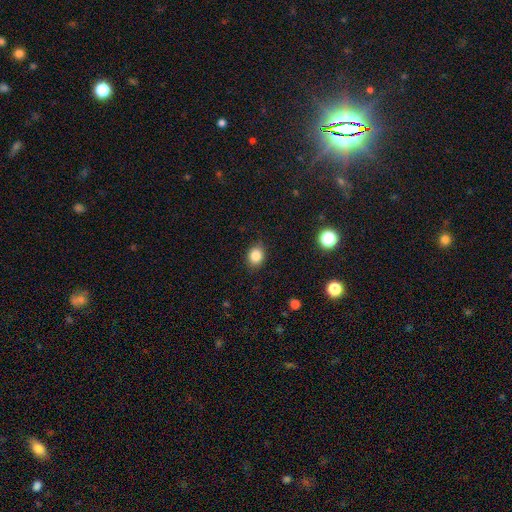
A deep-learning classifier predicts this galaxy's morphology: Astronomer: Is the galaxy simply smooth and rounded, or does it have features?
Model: smooth — 84%.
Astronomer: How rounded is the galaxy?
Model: round — 54% (runner-up: in between, 45%).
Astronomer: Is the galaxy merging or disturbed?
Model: none — 84%.